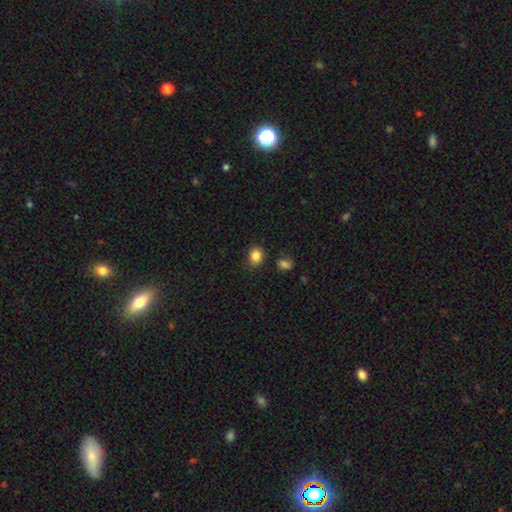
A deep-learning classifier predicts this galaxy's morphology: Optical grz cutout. It shows a smooth galaxy with no disk features (86%) that is round (60%). Merging: none (81%).